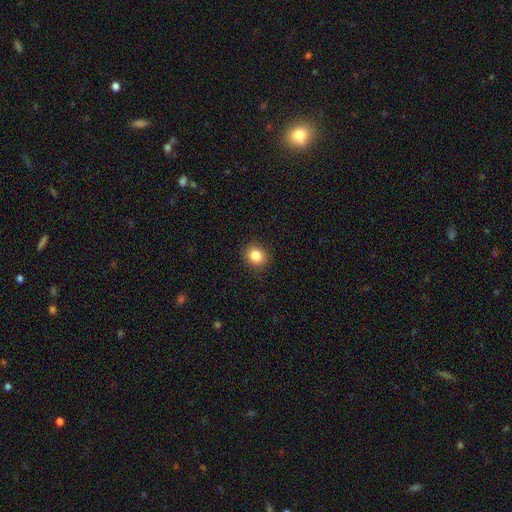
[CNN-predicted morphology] Smooth or featured: smooth — 84% (star or artifact — 10%)
How rounded: round — 73% (in between — 26%)
Merging: none — 90% (minor disturbance — 7%)